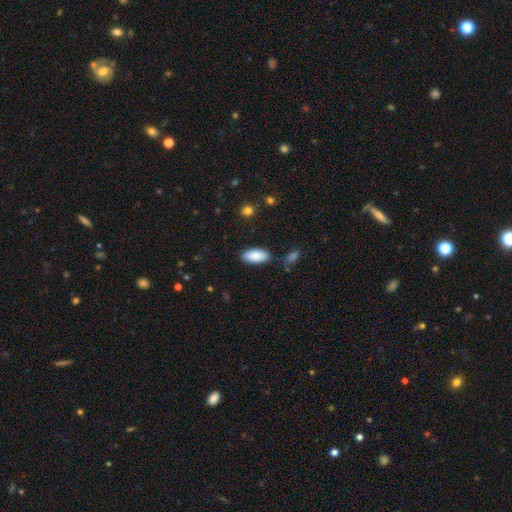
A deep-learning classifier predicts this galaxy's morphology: Smooth or featured?
  - smooth: 88% *
  - star or artifact: 6%
  - featured or disk: 5%
How rounded?
  - in between: 91% *
  - cigar-shaped: 7%
  - round: 2%
Merging?
  - none: 82% *
  - minor disturbance: 12%
  - merger: 3%
  - major disturbance: 3%